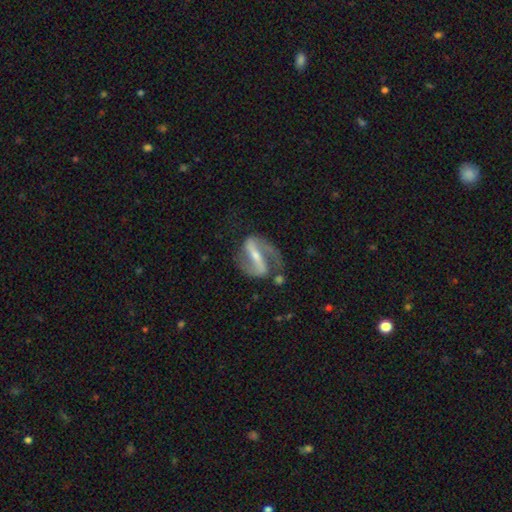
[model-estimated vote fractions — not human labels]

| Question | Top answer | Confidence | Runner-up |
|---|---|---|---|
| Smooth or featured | featured or disk | 89% | smooth (6%) |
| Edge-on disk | no | 94% | yes (6%) |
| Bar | strong | 77% | weak (16%) |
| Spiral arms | yes | 94% | no (6%) |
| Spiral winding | medium | 50% | loose (29%) |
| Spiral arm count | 2 | 89% | 1 (5%) |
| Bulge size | small | 59% | moderate (34%) |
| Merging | none | 68% | minor disturbance (16%) |